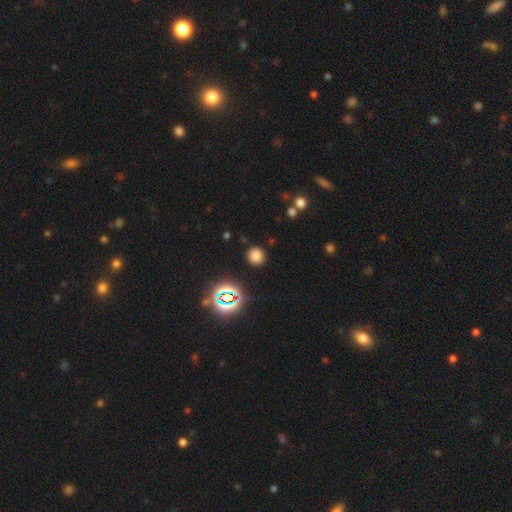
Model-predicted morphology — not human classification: type=smooth (72%); roundness=round (89%); merging=none (89%).